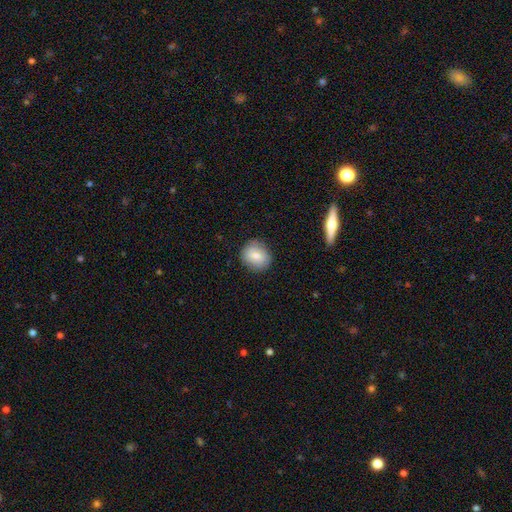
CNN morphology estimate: Smooth or featured? smooth (80%)
How rounded? round (72%)
Merging? none (84%)